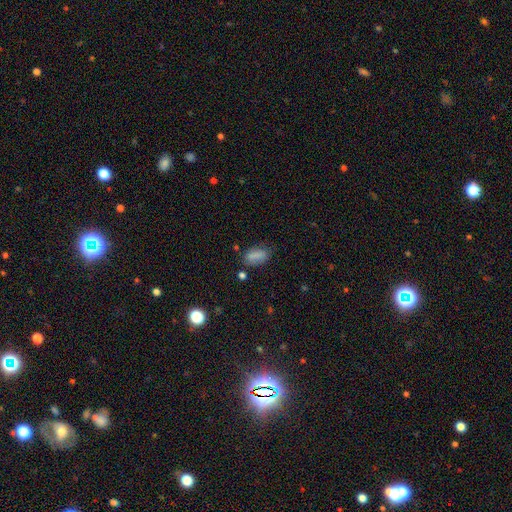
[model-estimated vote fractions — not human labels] The model was most divided on "merging": none: 70%, minor disturbance: 20%, major disturbance: 6%, merger: 4%. More confident: how rounded — in between (88%); smooth or featured — smooth (83%).